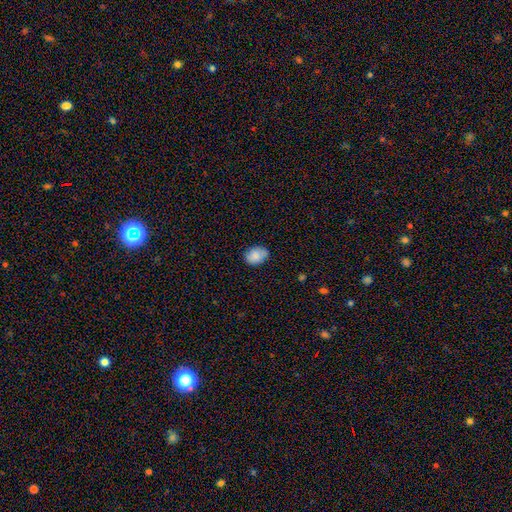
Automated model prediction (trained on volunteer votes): smooth-or-featured: smooth: 84% | featured or disk: 8% | star or artifact: 8%
  how-rounded: in between: 74% | round: 25% | cigar-shaped: 1%
  merging: none: 72% | minor disturbance: 23% | major disturbance: 3% | merger: 1%